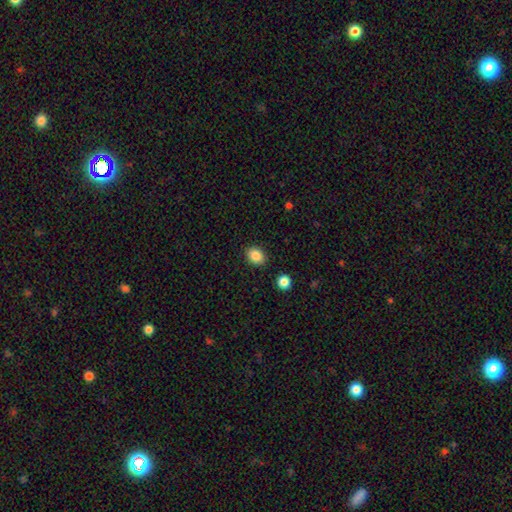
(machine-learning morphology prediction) smooth-or-featured: smooth: 86% | star or artifact: 9% | featured or disk: 4%
  how-rounded: in between: 53% | round: 46% | cigar-shaped: 1%
  merging: none: 89% | minor disturbance: 7% | major disturbance: 2% | merger: 2%